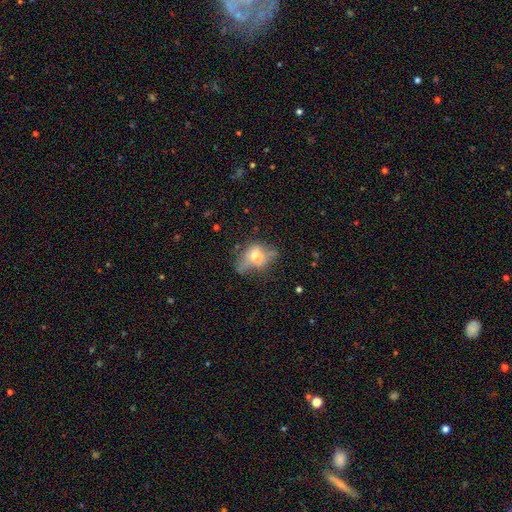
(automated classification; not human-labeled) This appears to be a smooth galaxy with no disk features (56%) that is in between round and cigar-shaped (65%). Merging: none (38%).